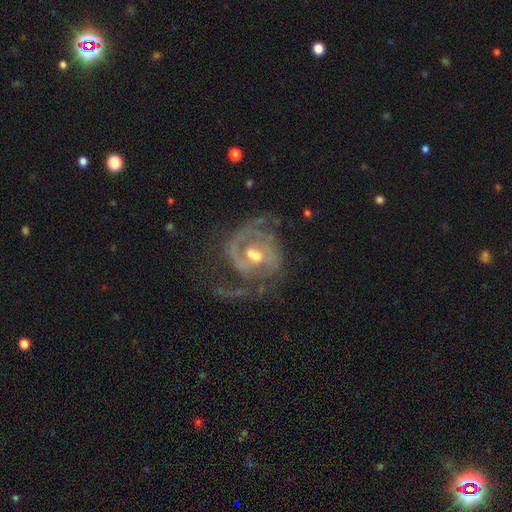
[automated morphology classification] Smooth or featured? featured or disk (88%)
Edge-on disk? no (97%)
Bar? weak (48%)
Spiral arms? yes (94%)
Spiral winding? medium (42%)
Spiral arm count? 2 (58%)
Bulge size? moderate (66%)
Merging? none (55%)